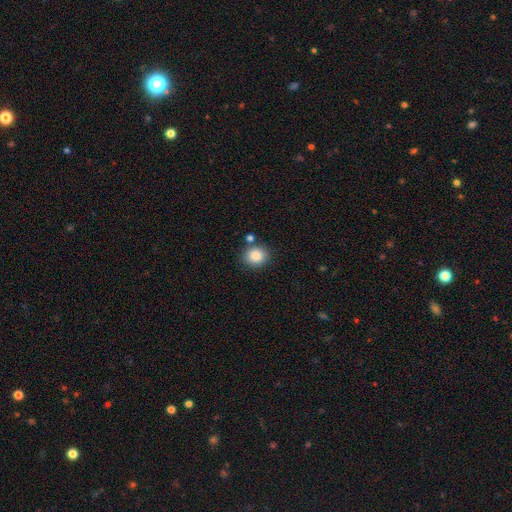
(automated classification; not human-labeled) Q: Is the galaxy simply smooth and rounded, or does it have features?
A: smooth — 86%.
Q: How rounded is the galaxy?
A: round — 77%.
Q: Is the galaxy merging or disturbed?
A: none — 80%.